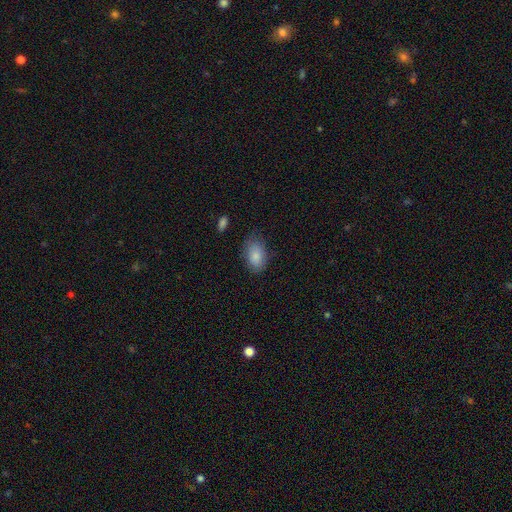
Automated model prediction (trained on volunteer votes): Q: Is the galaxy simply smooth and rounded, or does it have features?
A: smooth — 85%.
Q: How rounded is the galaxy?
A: in between — 88%.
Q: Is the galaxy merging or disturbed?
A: none — 73%.